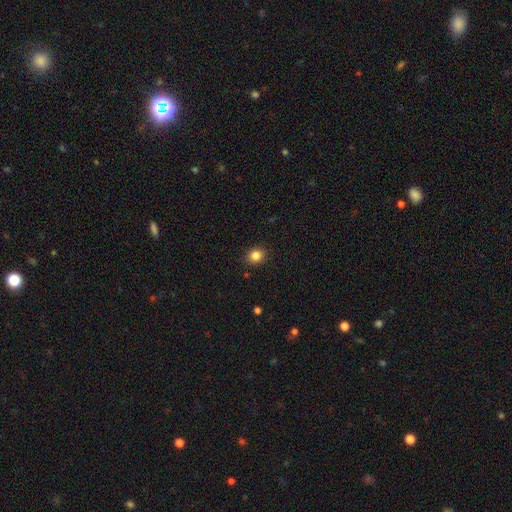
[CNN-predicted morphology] Q: Smooth or featured?
A: smooth (83%); runner-up: star or artifact (11%)
Q: How rounded?
A: round (71%); runner-up: in between (28%)
Q: Merging?
A: none (89%); runner-up: minor disturbance (8%)